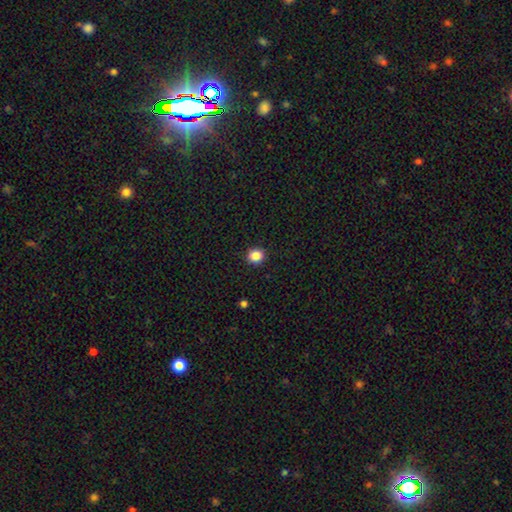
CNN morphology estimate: Q: Smooth or featured?
A: smooth (86%); runner-up: star or artifact (11%)
Q: How rounded?
A: round (86%); runner-up: in between (13%)
Q: Merging?
A: none (91%); runner-up: minor disturbance (6%)